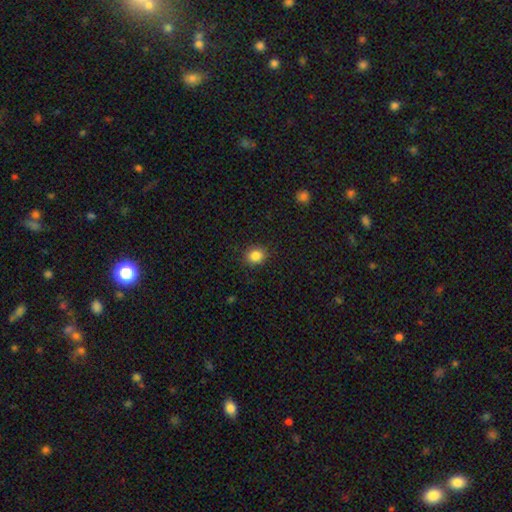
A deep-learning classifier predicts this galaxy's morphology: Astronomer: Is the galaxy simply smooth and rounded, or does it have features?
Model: smooth — 85%.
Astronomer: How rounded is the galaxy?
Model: round — 74%.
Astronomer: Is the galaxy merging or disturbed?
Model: none — 89%.